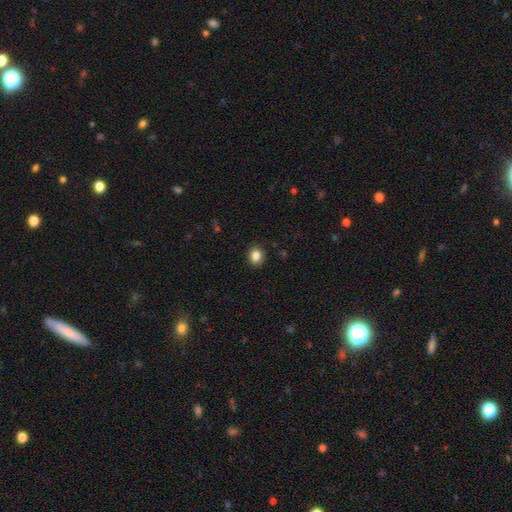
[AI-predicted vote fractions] smooth_or_featured: smooth (p=0.85) [alt: star or artifact p=0.10]
how_rounded: round (p=0.68) [alt: in between p=0.32]
merging: none (p=0.91) [alt: minor disturbance p=0.06]